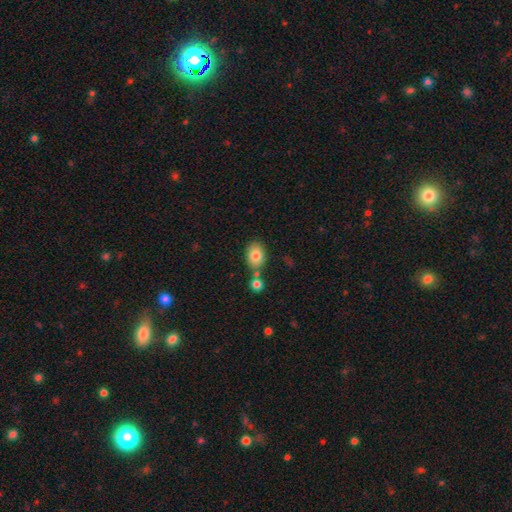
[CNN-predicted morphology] smooth-or-featured: smooth: 81% | featured or disk: 10% | star or artifact: 9%
  how-rounded: in between: 73% | round: 26% | cigar-shaped: 1%
  merging: none: 69% | merger: 16% | minor disturbance: 12% | major disturbance: 3%